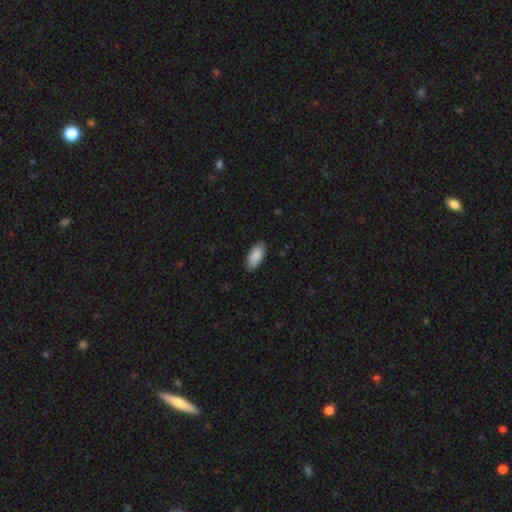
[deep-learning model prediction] Smooth or featured? smooth (89%)
How rounded? in between (92%)
Merging? none (86%)